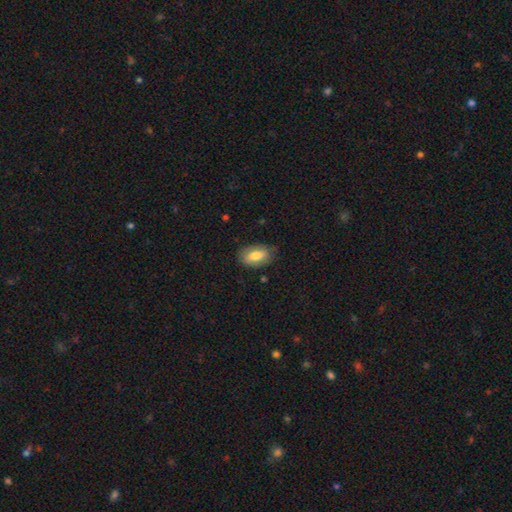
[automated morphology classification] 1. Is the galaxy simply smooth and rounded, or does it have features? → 71% smooth, 22% featured or disk, 7% star or artifact.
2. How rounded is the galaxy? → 91% in between, 7% round, 3% cigar-shaped.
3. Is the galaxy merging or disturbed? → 76% none, 18% minor disturbance, 4% major disturbance, 1% merger.